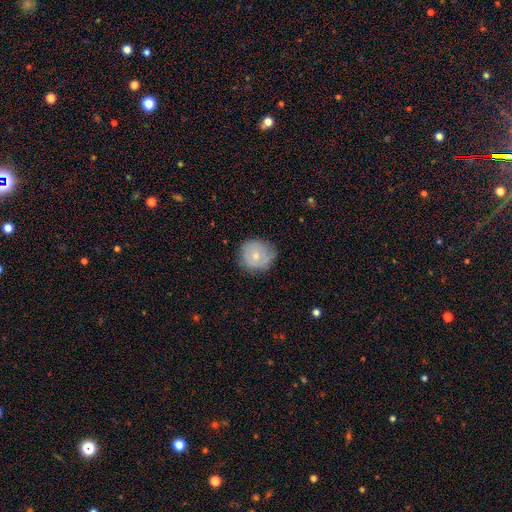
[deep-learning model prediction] smooth 65%, featured or disk 28%, star or artifact 7%. Down the decision tree: how rounded — round (87%); merging — none (75%).